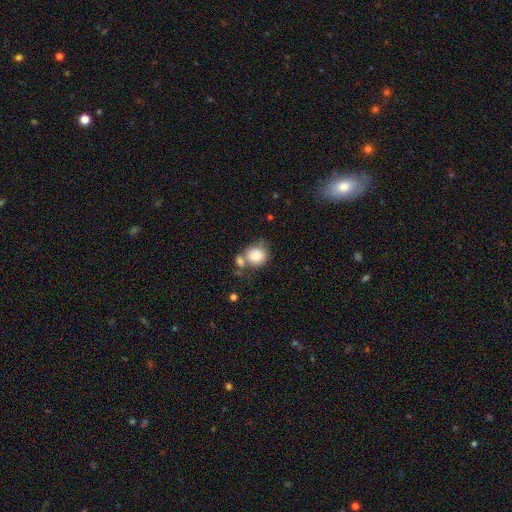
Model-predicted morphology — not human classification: smooth-or-featured: smooth: 84% | star or artifact: 8% | featured or disk: 8%
  how-rounded: round: 76% | in between: 23% | cigar-shaped: 1%
  merging: none: 45% | merger: 32% | minor disturbance: 16% | major disturbance: 7%